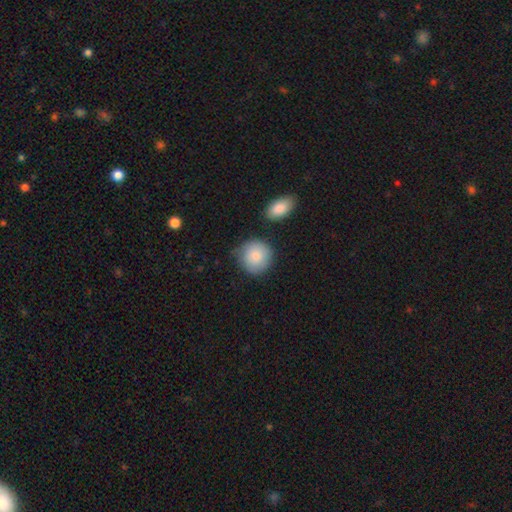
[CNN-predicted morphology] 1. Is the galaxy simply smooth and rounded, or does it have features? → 83% smooth, 11% featured or disk, 7% star or artifact.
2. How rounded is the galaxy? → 91% round, 8% in between, 1% cigar-shaped.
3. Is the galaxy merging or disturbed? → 70% none, 19% minor disturbance, 7% merger, 4% major disturbance.